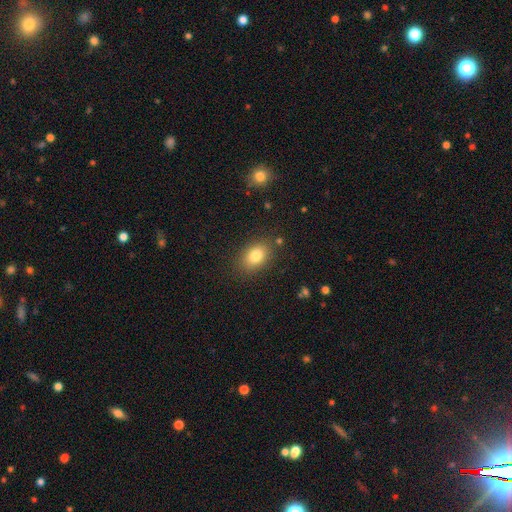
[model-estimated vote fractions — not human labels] Smooth or featured?
  - smooth: 81% *
  - star or artifact: 10%
  - featured or disk: 9%
How rounded?
  - in between: 80% *
  - round: 18%
  - cigar-shaped: 1%
Merging?
  - none: 84% *
  - minor disturbance: 11%
  - major disturbance: 3%
  - merger: 2%